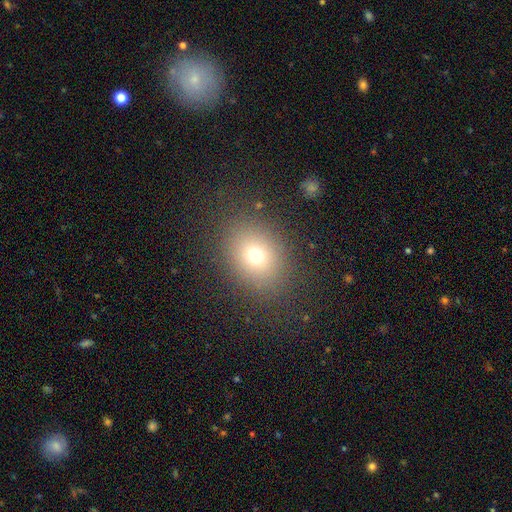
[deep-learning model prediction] Q: Smooth or featured?
A: smooth (71%); runner-up: star or artifact (17%)
Q: How rounded?
A: round (54%); runner-up: in between (45%)
Q: Merging?
A: none (85%); runner-up: minor disturbance (9%)